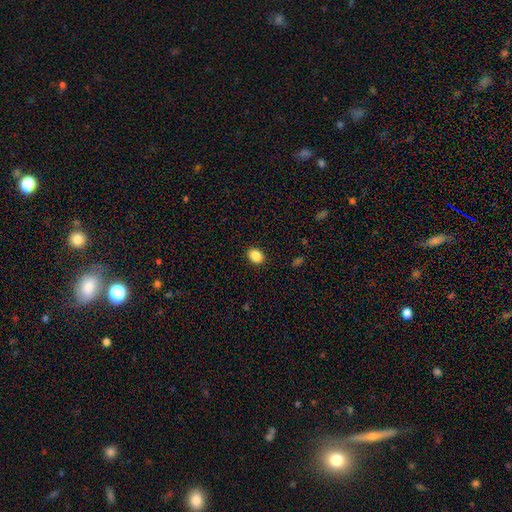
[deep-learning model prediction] Q: Smooth or featured?
A: smooth (88%); runner-up: star or artifact (9%)
Q: How rounded?
A: in between (64%); runner-up: round (35%)
Q: Merging?
A: none (90%); runner-up: minor disturbance (7%)